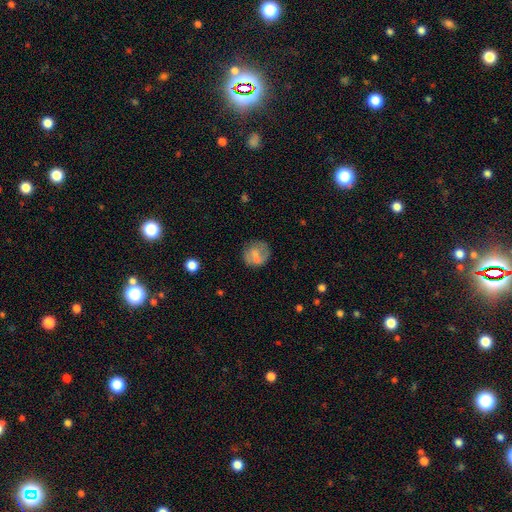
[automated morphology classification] This is possibly a smooth galaxy (58%). How rounded: likely round (77%). Merging: likely none (63%).